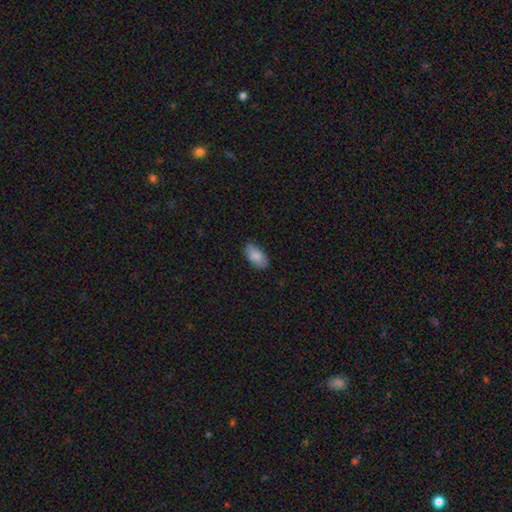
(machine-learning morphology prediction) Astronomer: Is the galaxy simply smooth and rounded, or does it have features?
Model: smooth — 86%.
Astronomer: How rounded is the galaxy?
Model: in between — 94%.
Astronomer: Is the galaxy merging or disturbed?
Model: none — 81%.